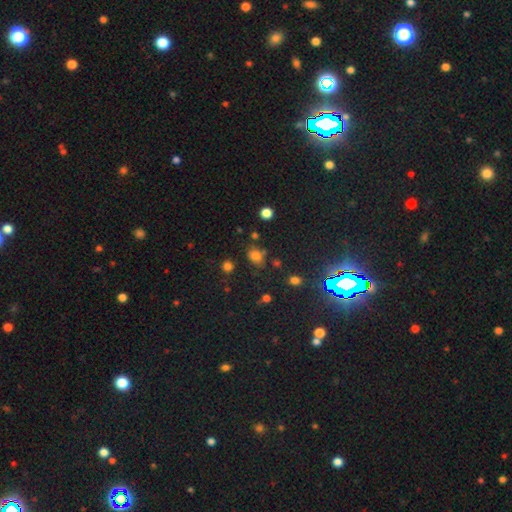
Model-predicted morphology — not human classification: smooth 74%, star or artifact 20%, featured or disk 7%. Down the decision tree: how rounded — in between (49%, tied with round); merging — none (69%).